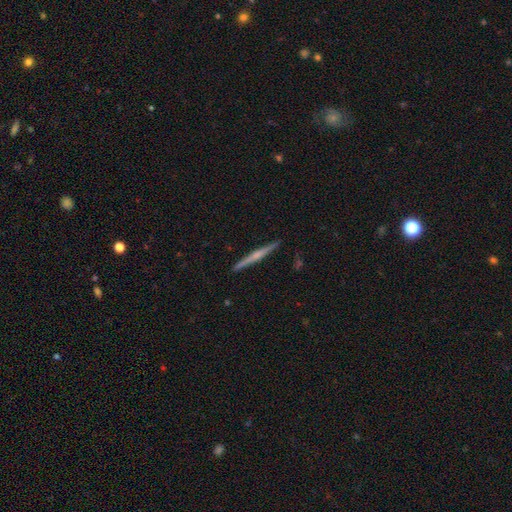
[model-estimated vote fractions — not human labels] This appears to be a featured or disk galaxy (71%) viewed edge-on (98%) with a rounded central bulge (66%). Merging: none (92%).